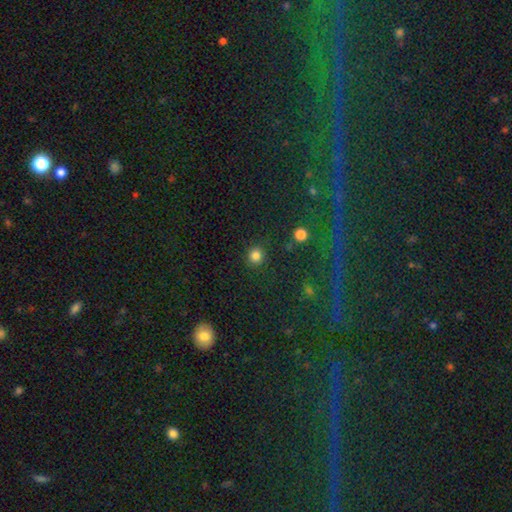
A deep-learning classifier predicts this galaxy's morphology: This appears to be a smooth galaxy with no disk features (83%) that is round (90%). Merging: none (90%).